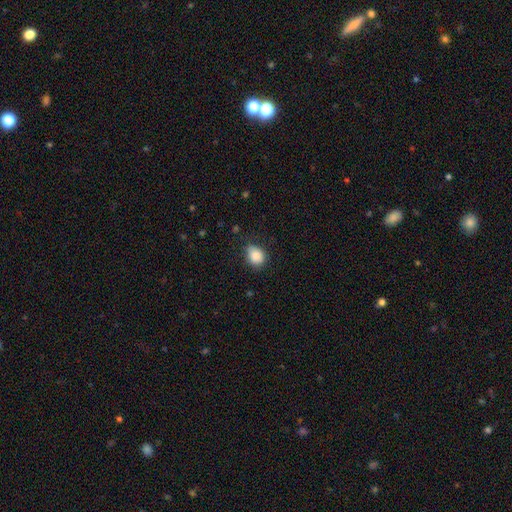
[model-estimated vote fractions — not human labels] smooth-or-featured: smooth: 86% | star or artifact: 8% | featured or disk: 5%
  how-rounded: in between: 52% | round: 47% | cigar-shaped: 1%
  merging: none: 71% | minor disturbance: 23% | major disturbance: 5% | merger: 1%